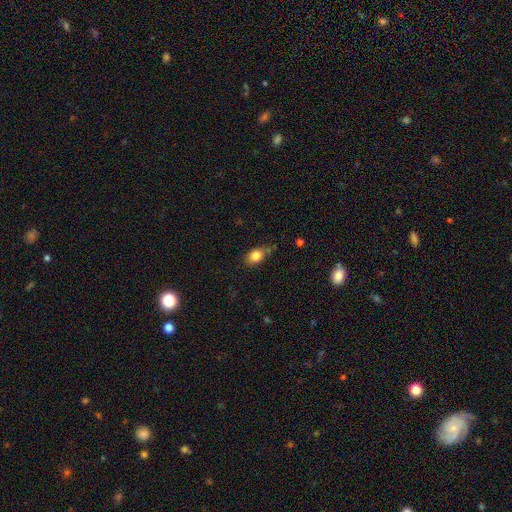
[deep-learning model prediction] This is clearly a smooth galaxy (82%). How rounded: likely in between (69%). Merging: likely none (68%).